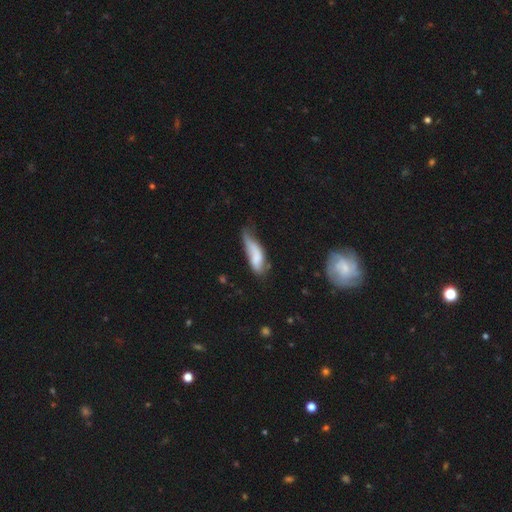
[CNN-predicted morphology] smooth 64%, featured or disk 28%, star or artifact 7%. Down the decision tree: how rounded — in between (58%); merging — minor disturbance (39%).